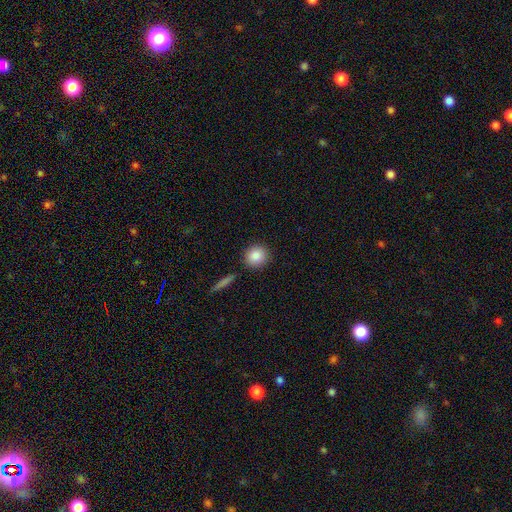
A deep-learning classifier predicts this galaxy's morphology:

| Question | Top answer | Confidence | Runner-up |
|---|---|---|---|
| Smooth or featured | smooth | 86% | star or artifact (8%) |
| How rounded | round | 86% | in between (13%) |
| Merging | none | 86% | minor disturbance (8%) |